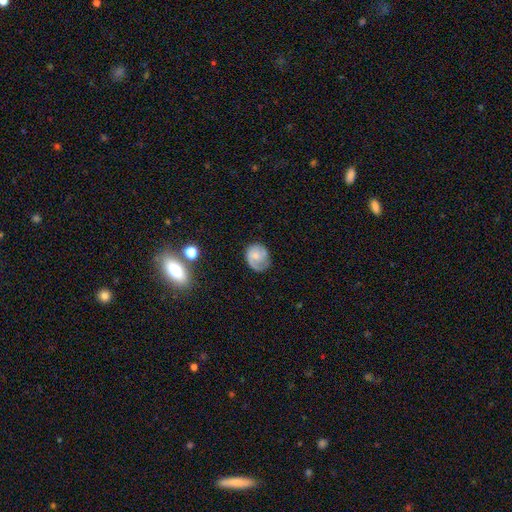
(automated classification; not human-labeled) A featured or disk galaxy (55%) with no bar (68%), spiral arms (88%) and a small central bulge (49%). Merging: none (65%).